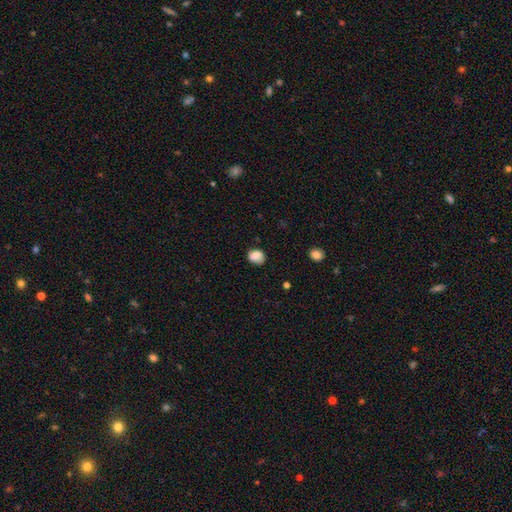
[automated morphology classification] Smooth or featured? Predicted: smooth (p=0.84). How rounded? Predicted: round (p=0.53). Merging? Predicted: none (p=0.69).